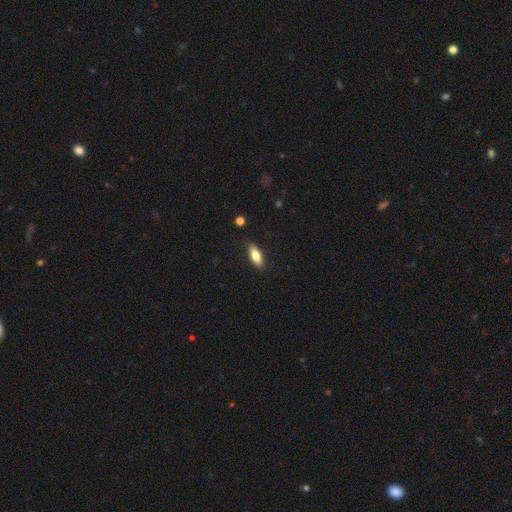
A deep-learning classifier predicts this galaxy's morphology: Overall: smooth (78%). How rounded: in between (72%). Merging: none (88%).